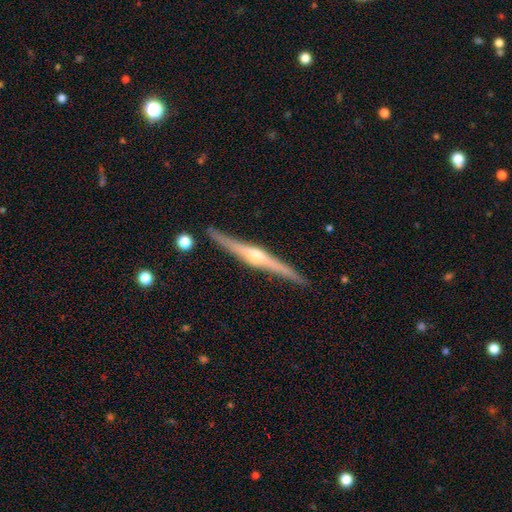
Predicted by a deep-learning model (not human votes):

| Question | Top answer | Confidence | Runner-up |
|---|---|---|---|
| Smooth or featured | featured or disk | 83% | smooth (13%) |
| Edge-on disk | yes | 98% | no (2%) |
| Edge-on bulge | rounded | 90% | none (5%) |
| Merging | none | 90% | minor disturbance (7%) |